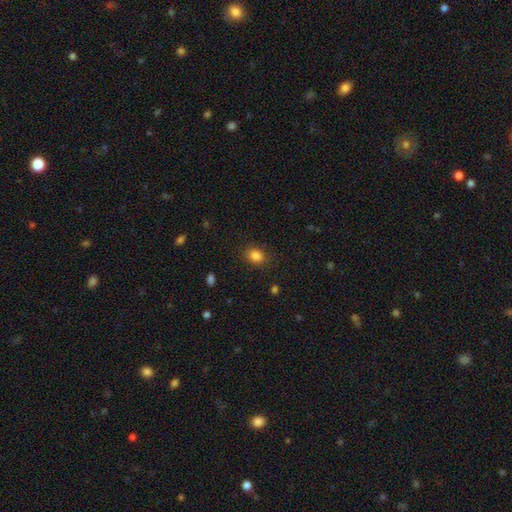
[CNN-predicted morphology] smooth-or-featured: smooth: 84% | star or artifact: 11% | featured or disk: 5%
  how-rounded: in between: 55% | round: 44% | cigar-shaped: 1%
  merging: none: 84% | minor disturbance: 12% | major disturbance: 4% | merger: 1%